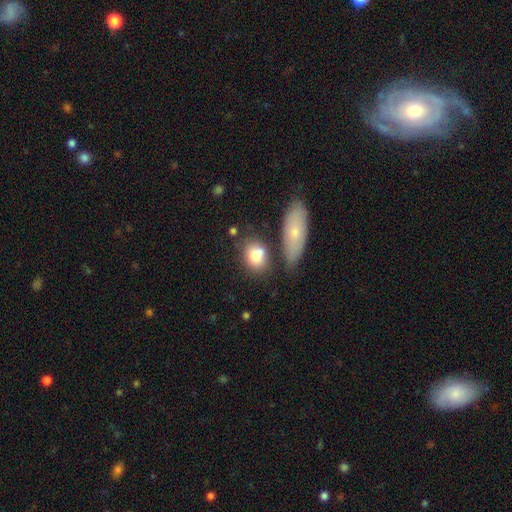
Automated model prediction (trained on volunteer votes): Smooth or featured: smooth — 78% (featured or disk — 14%)
How rounded: in between — 58% (round — 38%)
Merging: none — 56% (merger — 23%)